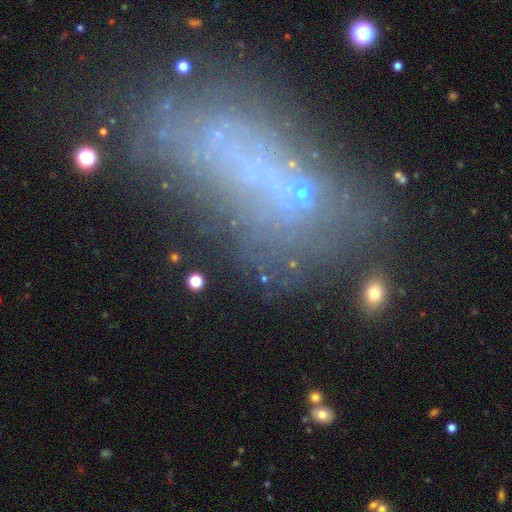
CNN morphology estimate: A featured or disk galaxy (34%, tied with smooth). Merging: none (54%).